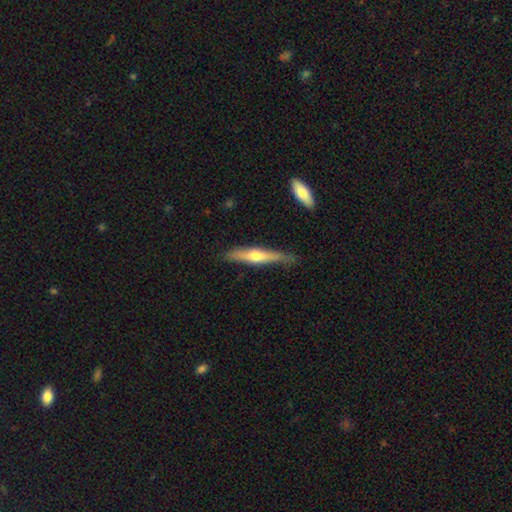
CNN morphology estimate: smooth_or_featured: featured or disk (p=0.52) [alt: smooth p=0.43]
disk_edge_on: yes (p=0.93) [alt: no p=0.07]
merging: none (p=0.76) [alt: minor disturbance p=0.18]